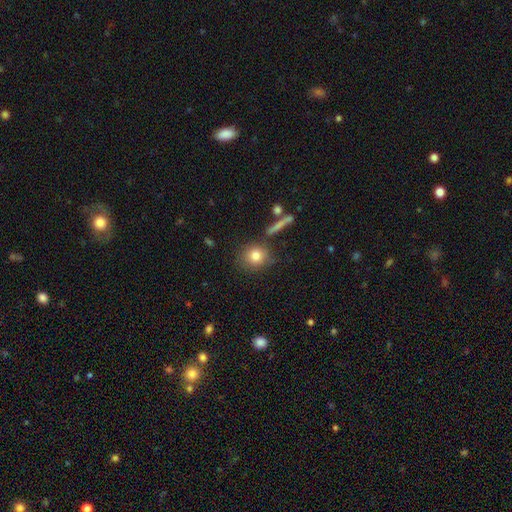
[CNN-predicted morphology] Smooth or featured?
  - smooth: 80% *
  - star or artifact: 10%
  - featured or disk: 10%
How rounded?
  - round: 84% *
  - in between: 14%
  - cigar-shaped: 2%
Merging?
  - none: 77% *
  - minor disturbance: 11%
  - merger: 7%
  - major disturbance: 4%